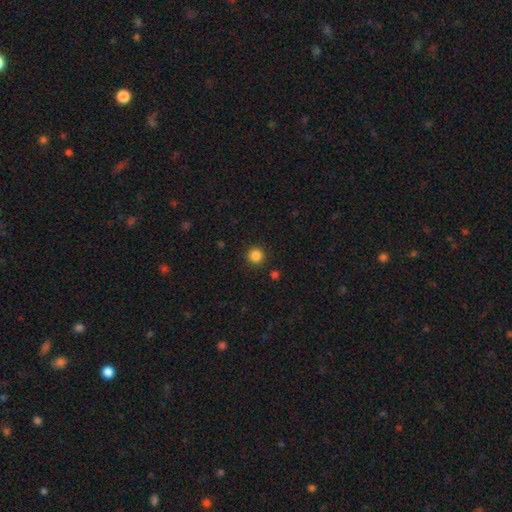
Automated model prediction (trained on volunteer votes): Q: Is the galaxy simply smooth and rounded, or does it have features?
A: smooth — 85%.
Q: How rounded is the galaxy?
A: round — 95%.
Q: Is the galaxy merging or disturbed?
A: none — 92%.